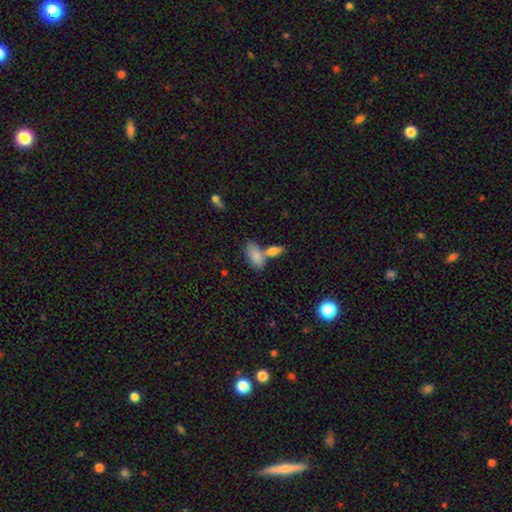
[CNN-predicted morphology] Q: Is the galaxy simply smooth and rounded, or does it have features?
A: smooth — 83%.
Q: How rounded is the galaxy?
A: in between — 90%.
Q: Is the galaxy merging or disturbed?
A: none — 43%.